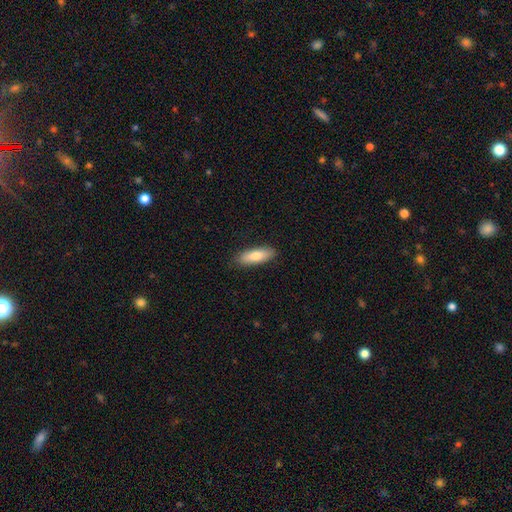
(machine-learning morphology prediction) A smooth galaxy with no disk features (79%) that is in between round and cigar-shaped (57%). Merging: none (87%).